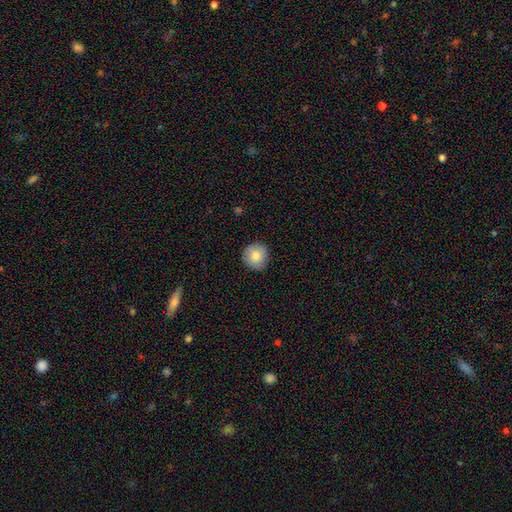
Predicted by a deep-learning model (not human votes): This is clearly a smooth galaxy (83%). How rounded: clearly round (93%). Merging: clearly none (88%).